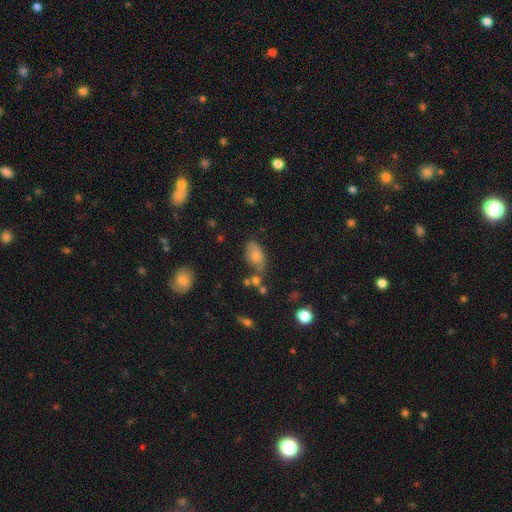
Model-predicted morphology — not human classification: Smooth or featured? Predicted: smooth (p=0.71). How rounded? Predicted: in between (p=0.90). Merging? Predicted: none (p=0.47).